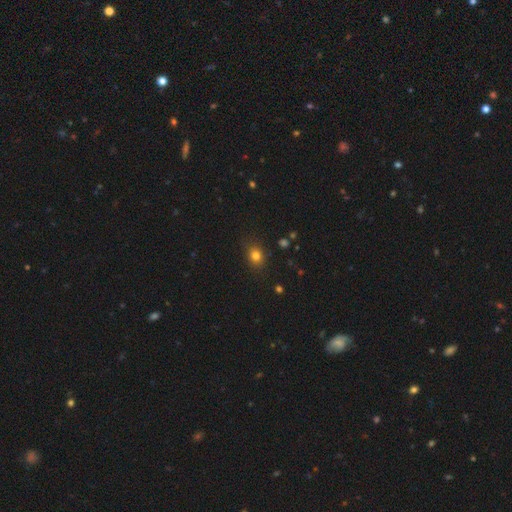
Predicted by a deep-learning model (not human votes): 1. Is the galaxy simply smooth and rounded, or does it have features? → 79% smooth, 14% star or artifact, 7% featured or disk.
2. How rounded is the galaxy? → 61% round, 38% in between, 1% cigar-shaped.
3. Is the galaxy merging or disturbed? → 84% none, 12% minor disturbance, 3% major disturbance, 1% merger.